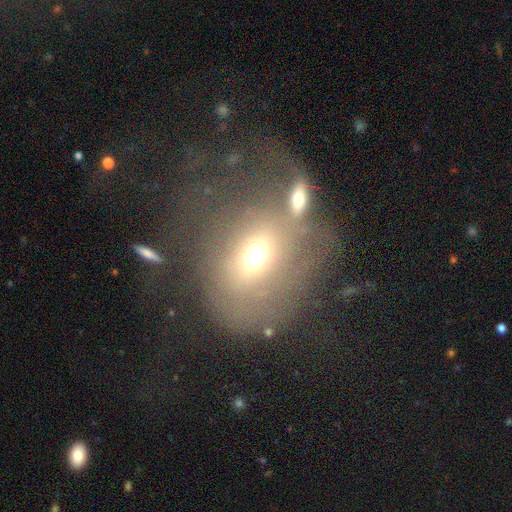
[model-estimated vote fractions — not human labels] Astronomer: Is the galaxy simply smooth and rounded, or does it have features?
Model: smooth — 59%.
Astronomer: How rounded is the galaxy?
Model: in between — 51% (runner-up: round, 46%).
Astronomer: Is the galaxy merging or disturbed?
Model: none — 41% (runner-up: merger, 30%).